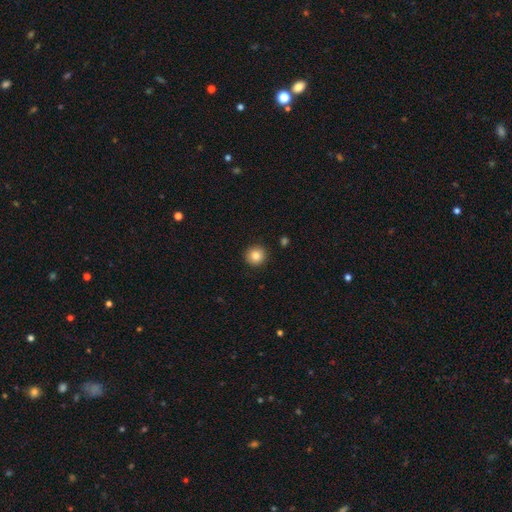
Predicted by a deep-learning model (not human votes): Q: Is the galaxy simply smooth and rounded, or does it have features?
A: smooth — 84%.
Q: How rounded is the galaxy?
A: round — 94%.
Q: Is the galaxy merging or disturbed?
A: none — 92%.